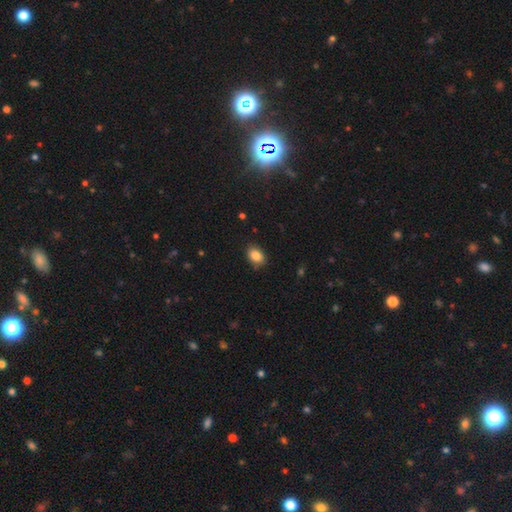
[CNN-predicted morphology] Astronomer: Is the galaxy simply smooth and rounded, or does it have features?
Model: smooth — 87%.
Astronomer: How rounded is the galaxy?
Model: in between — 78%.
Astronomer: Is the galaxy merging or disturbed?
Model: none — 83%.